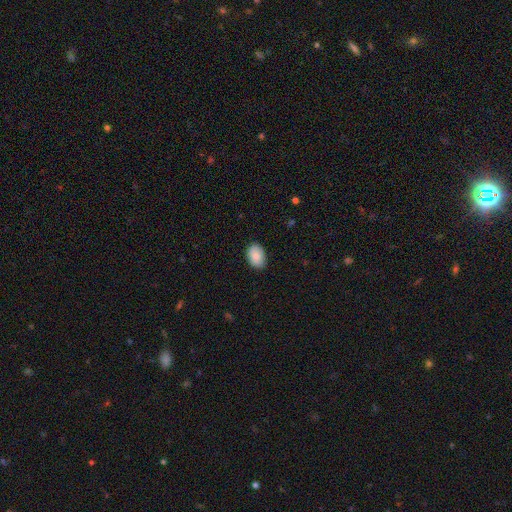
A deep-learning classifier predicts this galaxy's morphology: The model was most divided on "how rounded": in between: 85%, round: 14%, cigar-shaped: 1%. More confident: smooth or featured — smooth (89%); merging — none (85%).